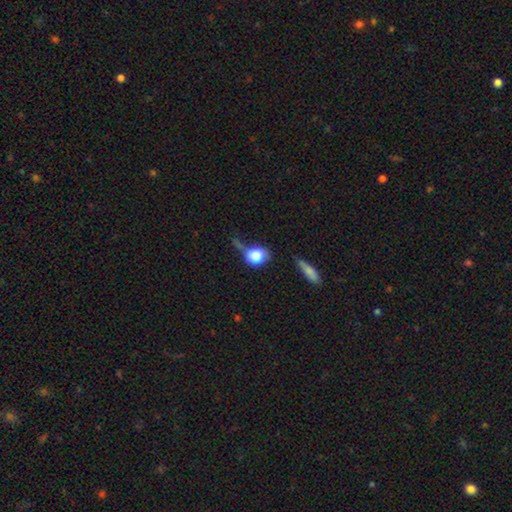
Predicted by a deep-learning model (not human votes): smooth 78%, featured or disk 13%, star or artifact 8%. Down the decision tree: how rounded — round (56%); merging — none (33%).